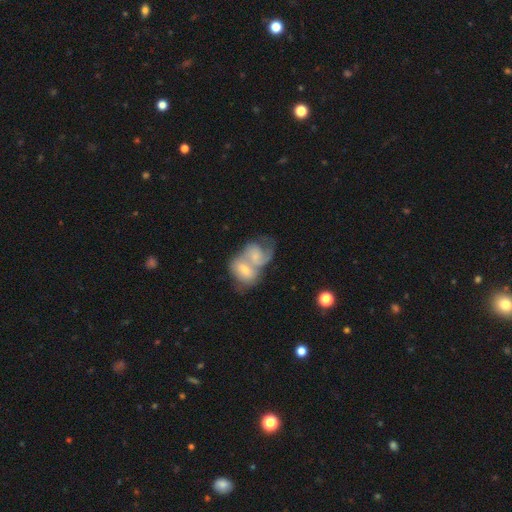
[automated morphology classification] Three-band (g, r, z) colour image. It shows a featured or disk galaxy (60%) with no bar (61%), spiral arms (80%) and a small central bulge (54%). Merging: merger (78%).